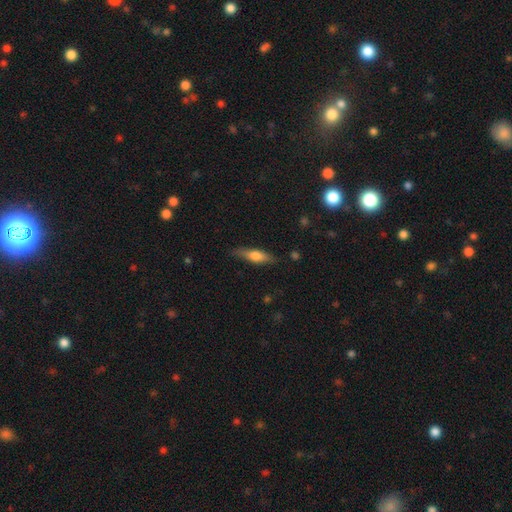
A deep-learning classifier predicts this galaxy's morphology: This is possibly a smooth galaxy (58%). How rounded: likely cigar-shaped (64%). Merging: clearly none (80%).